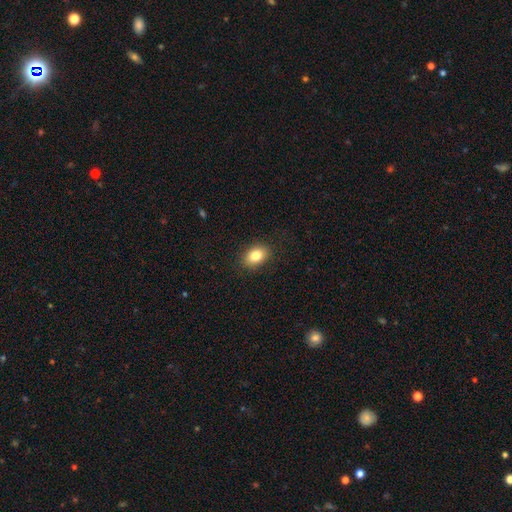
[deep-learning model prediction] Morphology: type=smooth (82%); roundness=in between (77%); merging=none (89%).